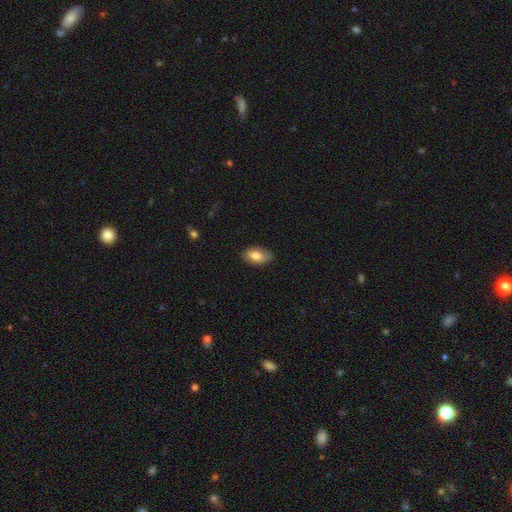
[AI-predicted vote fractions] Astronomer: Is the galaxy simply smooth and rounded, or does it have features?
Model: smooth — 77%.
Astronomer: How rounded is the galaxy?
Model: in between — 92%.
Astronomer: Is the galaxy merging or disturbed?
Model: none — 81%.